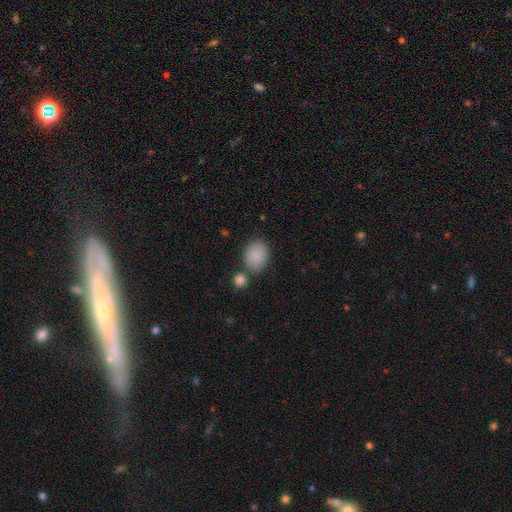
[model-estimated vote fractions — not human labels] smooth 87%, star or artifact 7%, featured or disk 5%. Down the decision tree: how rounded — in between (59%); merging — none (70%).